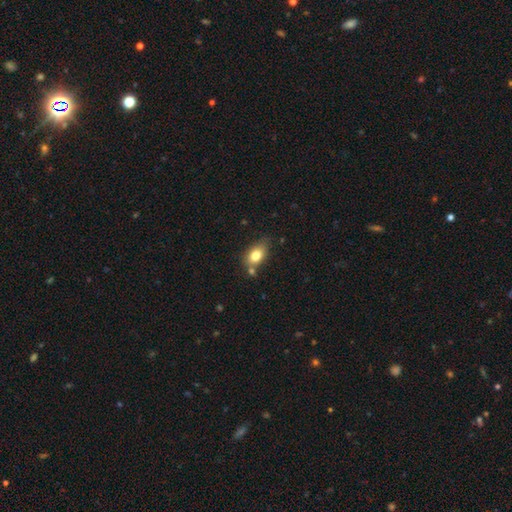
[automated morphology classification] Overall: smooth (79%). How rounded: in between (81%). Merging: none (61%; minor disturbance 21%).